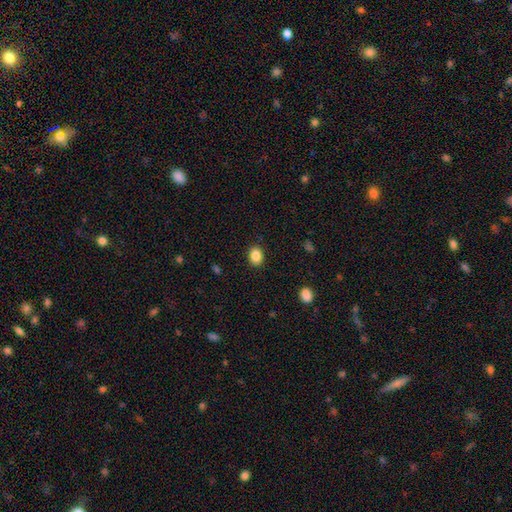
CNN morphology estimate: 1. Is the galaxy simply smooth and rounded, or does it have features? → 88% smooth, 9% star or artifact, 4% featured or disk.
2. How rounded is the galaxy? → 67% in between, 32% round, 1% cigar-shaped.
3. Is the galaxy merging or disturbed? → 88% none, 8% minor disturbance, 2% major disturbance, 1% merger.